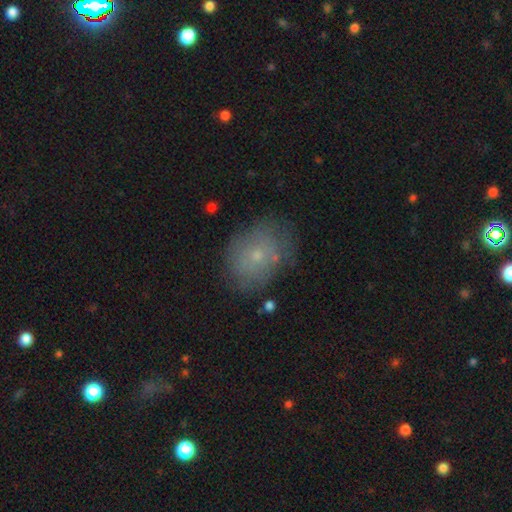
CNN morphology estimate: smooth 63%, featured or disk 25%, star or artifact 12%. Down the decision tree: how rounded — in between (53%); merging — none (69%).